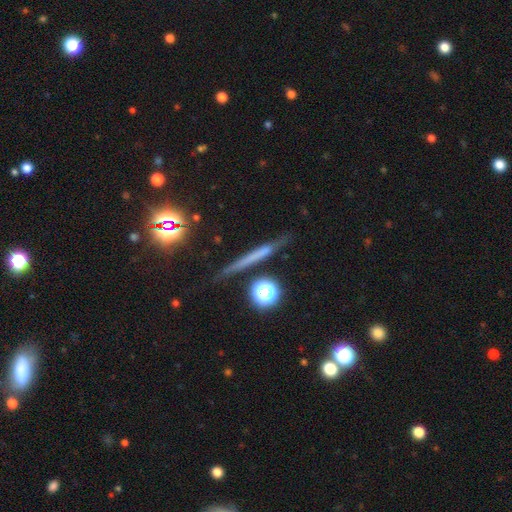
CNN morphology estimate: Q: Smooth or featured?
A: smooth (41%); tied with: featured or disk (41%)
Q: Merging?
A: none (83%); runner-up: minor disturbance (12%)